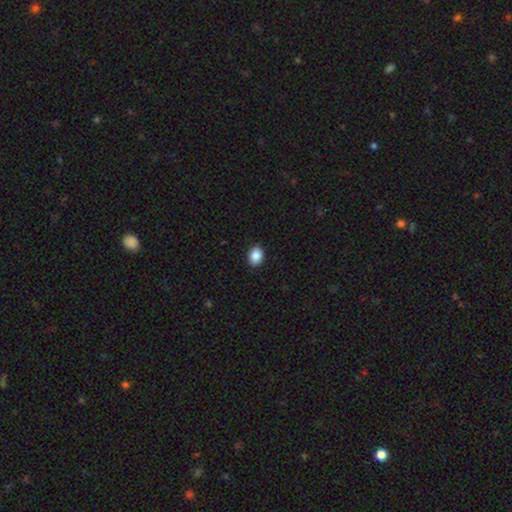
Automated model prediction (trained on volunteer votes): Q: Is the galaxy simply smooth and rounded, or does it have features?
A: smooth — 89%.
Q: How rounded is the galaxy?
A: in between — 66%.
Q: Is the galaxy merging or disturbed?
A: none — 90%.